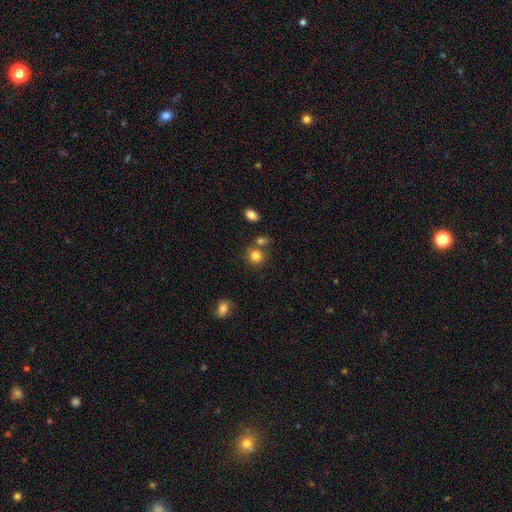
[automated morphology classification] Smooth or featured? smooth (82%)
How rounded? round (80%)
Merging? none (66%)